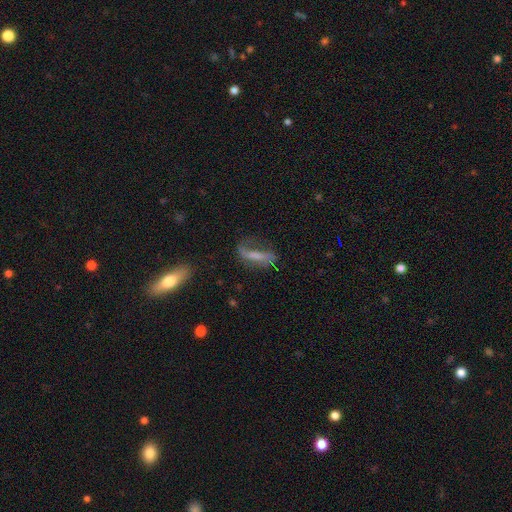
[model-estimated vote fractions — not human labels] Smooth or featured? Predicted: featured or disk (p=0.51). Edge-on disk? Predicted: no (p=0.77). Merging? Predicted: none (p=0.45).